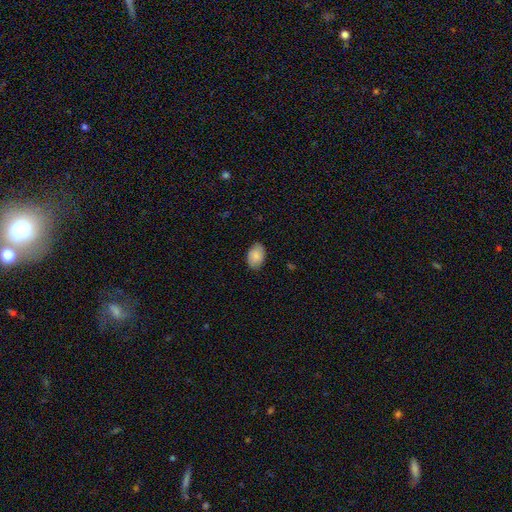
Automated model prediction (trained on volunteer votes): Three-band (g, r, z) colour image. It shows a smooth galaxy with no disk features (87%) that is in between round and cigar-shaped (86%). Merging: none (85%).